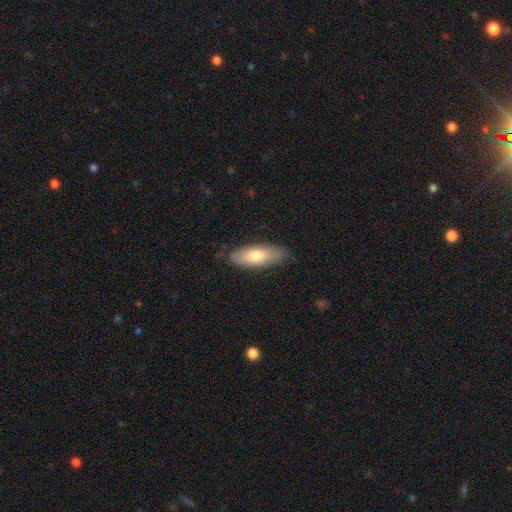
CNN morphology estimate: This is likely a smooth galaxy (71%). How rounded: likely in between (68%). Merging: likely none (78%).